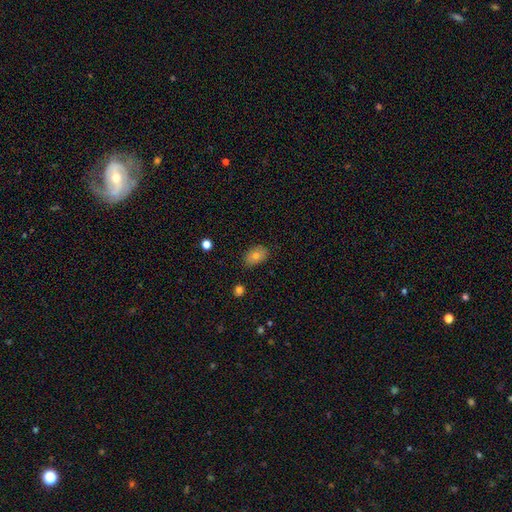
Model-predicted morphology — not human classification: Smooth or featured? smooth (74%)
How rounded? in between (81%)
Merging? none (84%)